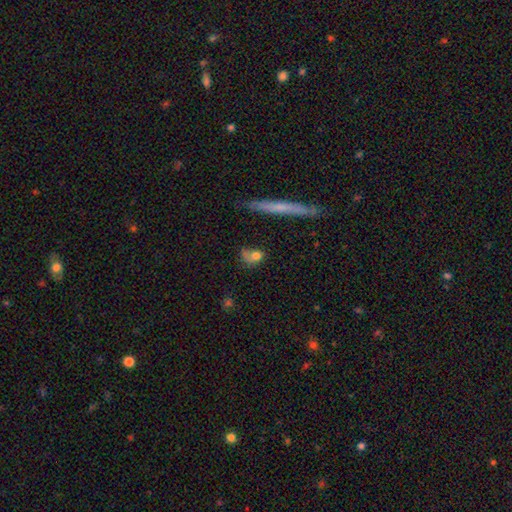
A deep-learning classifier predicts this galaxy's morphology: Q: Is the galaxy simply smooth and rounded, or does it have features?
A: smooth — 67%.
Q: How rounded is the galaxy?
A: in between — 45%.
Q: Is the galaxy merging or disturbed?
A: none — 47%.